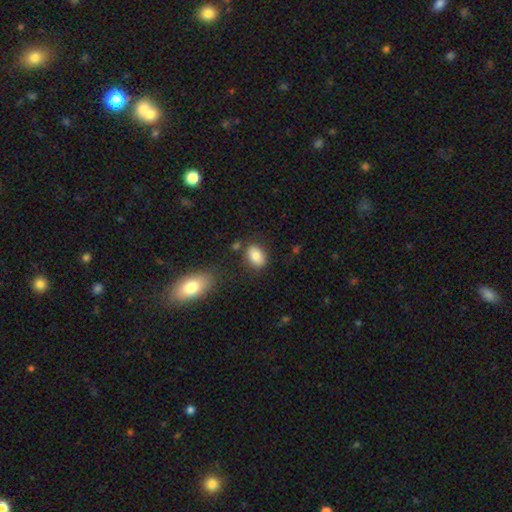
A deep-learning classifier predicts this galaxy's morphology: smooth-or-featured: smooth: 83% | featured or disk: 9% | star or artifact: 8%
  how-rounded: in between: 81% | round: 17% | cigar-shaped: 2%
  merging: none: 77% | minor disturbance: 13% | merger: 6% | major disturbance: 4%